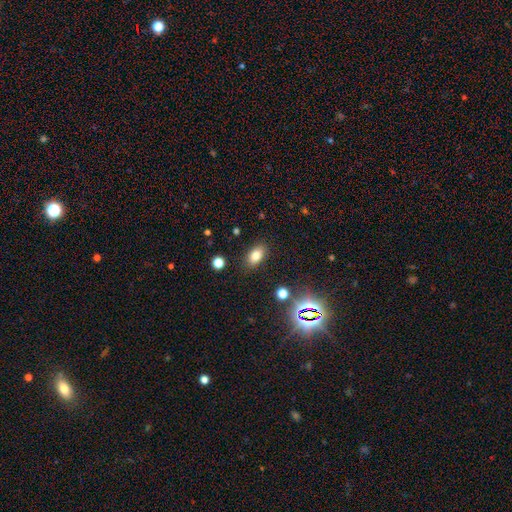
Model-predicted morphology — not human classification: This appears to be a smooth galaxy with no disk features (79%) that is in between round and cigar-shaped (88%). Merging: none (86%).